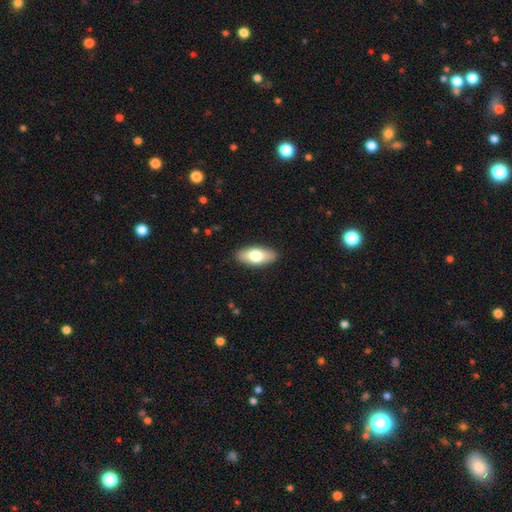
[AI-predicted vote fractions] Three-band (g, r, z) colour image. It shows a smooth galaxy with no disk features (71%) that is in between round and cigar-shaped (83%). Merging: none (89%).